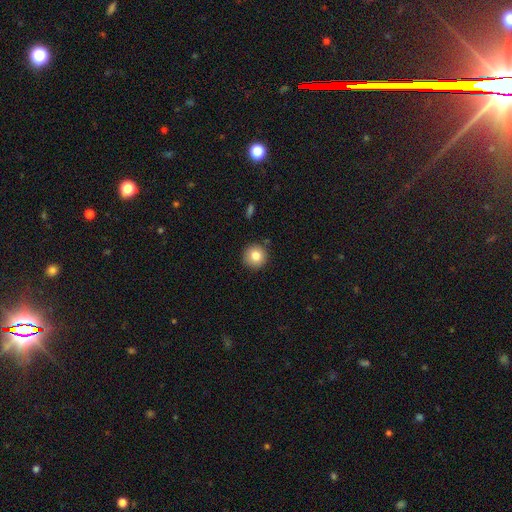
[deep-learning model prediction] This is clearly a smooth galaxy (82%). How rounded: clearly round (94%). Merging: clearly none (88%).